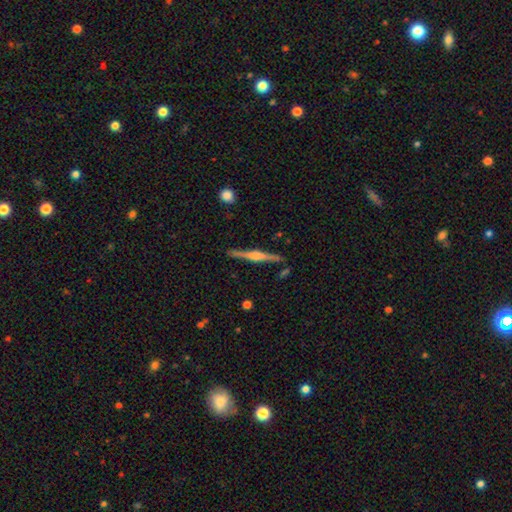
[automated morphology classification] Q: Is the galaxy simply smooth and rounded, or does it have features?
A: featured or disk — 79%.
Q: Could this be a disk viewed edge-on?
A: yes — 98%.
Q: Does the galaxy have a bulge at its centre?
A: rounded — 75%.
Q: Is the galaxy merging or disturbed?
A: none — 88%.